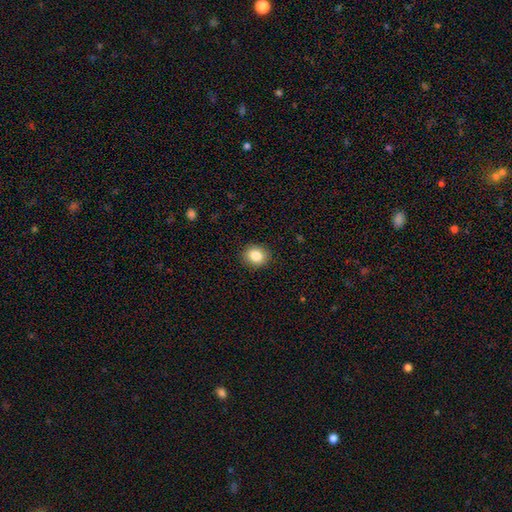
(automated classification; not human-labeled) smooth-or-featured: smooth: 85% | star or artifact: 9% | featured or disk: 6%
  how-rounded: round: 63% | in between: 37% | cigar-shaped: 1%
  merging: none: 90% | minor disturbance: 7% | major disturbance: 2% | merger: 1%